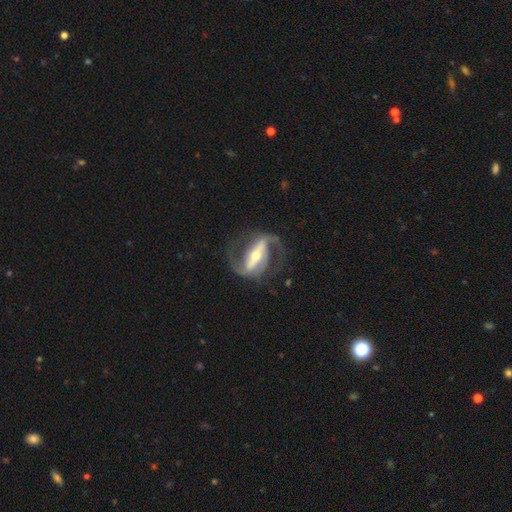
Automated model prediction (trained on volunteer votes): Q: Smooth or featured?
A: featured or disk (90%); runner-up: smooth (6%)
Q: Edge-on disk?
A: no (93%); runner-up: yes (7%)
Q: Bar?
A: strong (74%); runner-up: weak (18%)
Q: Spiral arms?
A: yes (96%); runner-up: no (4%)
Q: Spiral winding?
A: medium (52%); runner-up: loose (30%)
Q: Spiral arm count?
A: 2 (92%); runner-up: 1 (2%)
Q: Bulge size?
A: moderate (53%); runner-up: small (38%)
Q: Merging?
A: none (73%); runner-up: minor disturbance (13%)